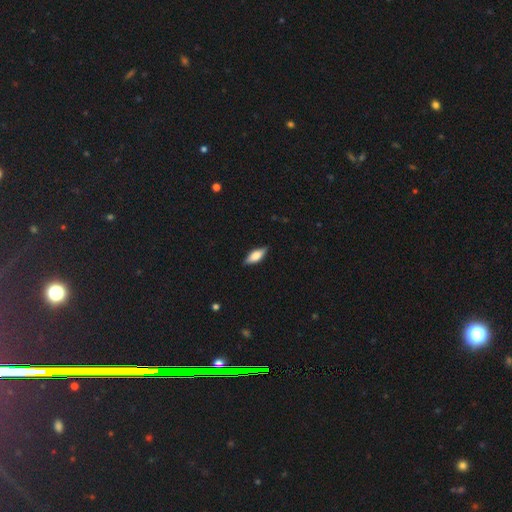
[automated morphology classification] smooth 64%, featured or disk 29%, star or artifact 6%. Down the decision tree: how rounded — in between (73%); merging — none (86%).